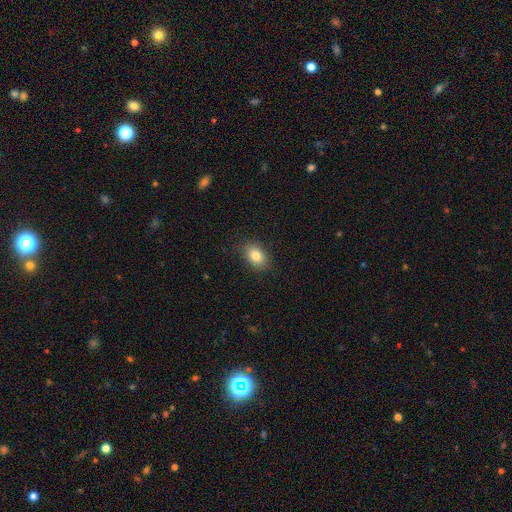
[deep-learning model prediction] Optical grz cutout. It shows a smooth galaxy with no disk features (82%) that is in between round and cigar-shaped (75%). Merging: none (85%).